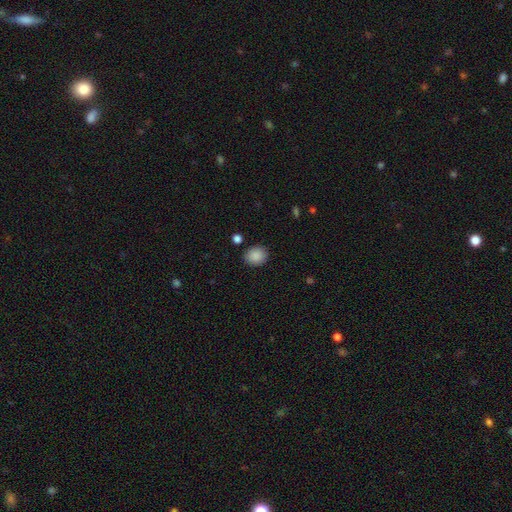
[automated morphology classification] Q: Smooth or featured?
A: smooth (89%); runner-up: star or artifact (8%)
Q: How rounded?
A: round (70%); runner-up: in between (30%)
Q: Merging?
A: none (88%); runner-up: minor disturbance (8%)